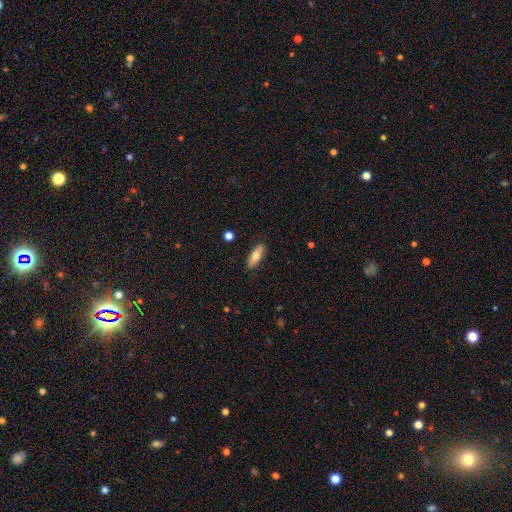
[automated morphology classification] This is likely a smooth galaxy (71%). How rounded: likely in between (64%). Merging: clearly none (89%).